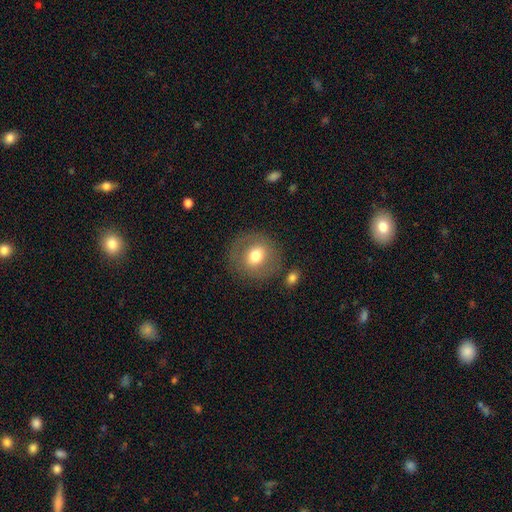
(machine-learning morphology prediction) Smooth or featured? smooth (65%)
How rounded? round (83%)
Merging? none (81%)